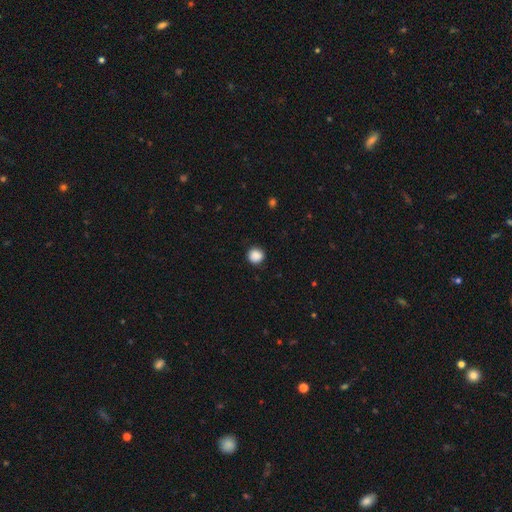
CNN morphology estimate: Smooth or featured? Predicted: smooth (p=0.88). How rounded? Predicted: round (p=0.90). Merging? Predicted: none (p=0.88).